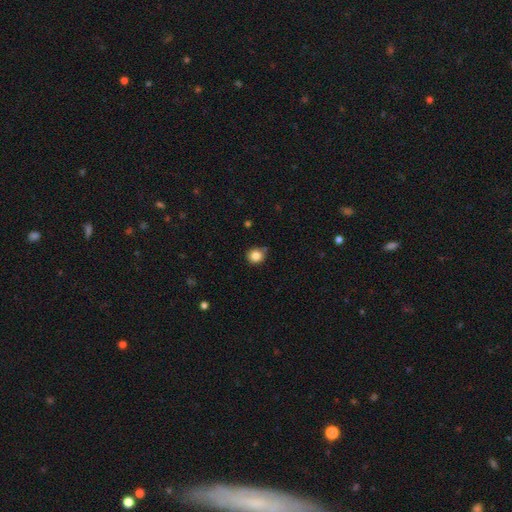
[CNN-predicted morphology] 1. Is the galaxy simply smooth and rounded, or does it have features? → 85% smooth, 10% star or artifact, 5% featured or disk.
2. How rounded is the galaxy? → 90% round, 10% in between, 1% cigar-shaped.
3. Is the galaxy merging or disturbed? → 79% none, 14% minor disturbance, 4% merger, 3% major disturbance.